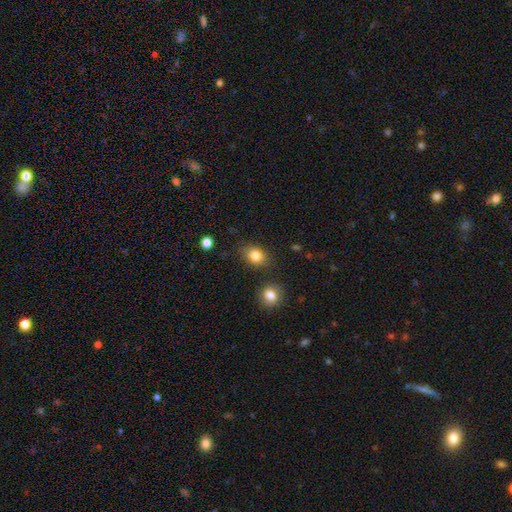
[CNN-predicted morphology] A smooth galaxy with no disk features (83%) that is in between round and cigar-shaped (60%). Merging: none (79%).